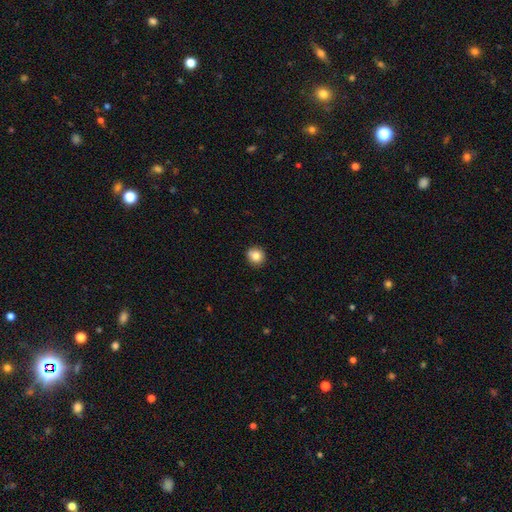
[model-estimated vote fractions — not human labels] A smooth galaxy with no disk features (83%) that is round (90%). Merging: none (88%).